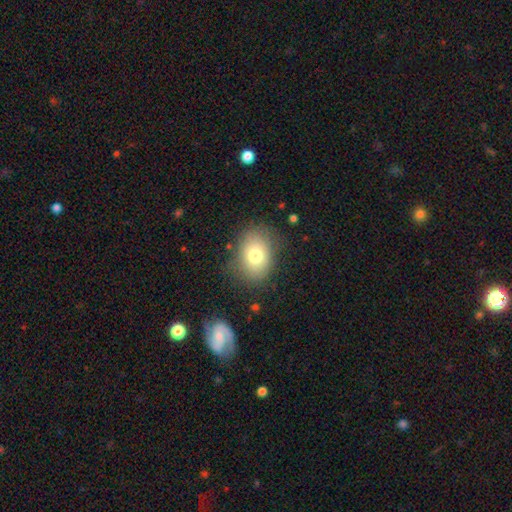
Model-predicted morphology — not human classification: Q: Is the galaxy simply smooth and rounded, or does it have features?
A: smooth — 68%.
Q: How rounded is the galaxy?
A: in between — 61%.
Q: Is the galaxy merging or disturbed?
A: none — 82%.